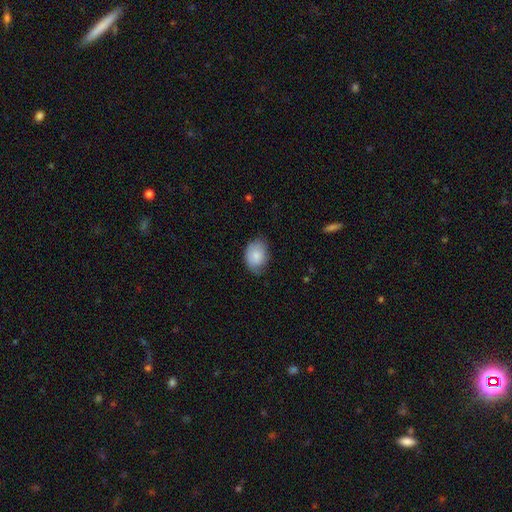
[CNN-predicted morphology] This appears to be a smooth galaxy with no disk features (83%) that is in between round and cigar-shaped (70%). Merging: none (62%).